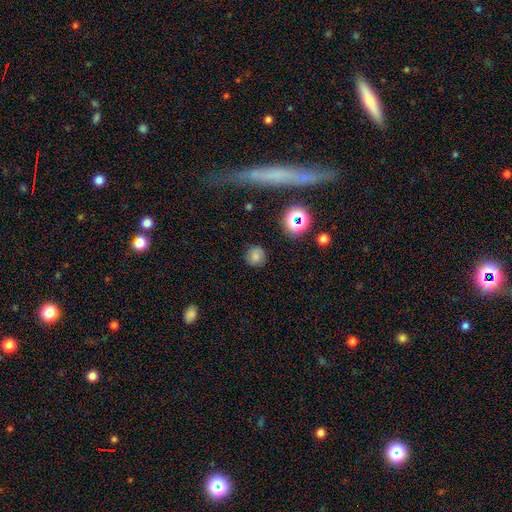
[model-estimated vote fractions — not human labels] Smooth or featured: smooth — 75% (star or artifact — 18%)
How rounded: round — 89% (in between — 10%)
Merging: none — 84% (minor disturbance — 11%)